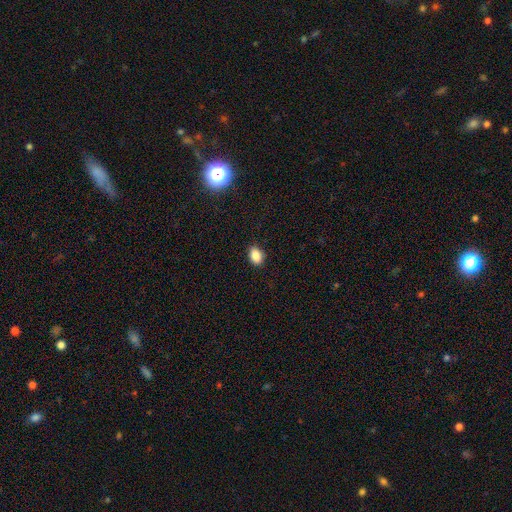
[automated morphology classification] type=smooth (86%); roundness=in between (74%); merging=none (87%).